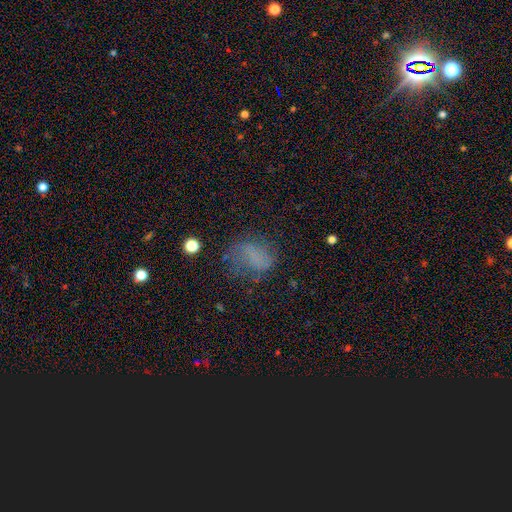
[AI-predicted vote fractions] This is possibly a smooth galaxy (57%). How rounded: likely in between (67%). Merging: possibly none (52%).